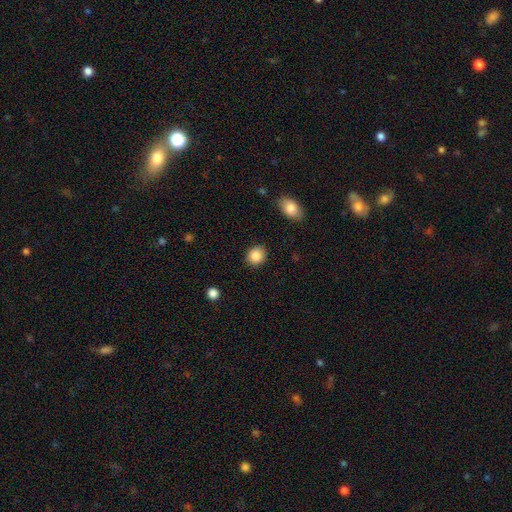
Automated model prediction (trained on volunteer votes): Q: Smooth or featured?
A: smooth (88%); runner-up: star or artifact (8%)
Q: How rounded?
A: round (69%); runner-up: in between (30%)
Q: Merging?
A: none (88%); runner-up: minor disturbance (8%)